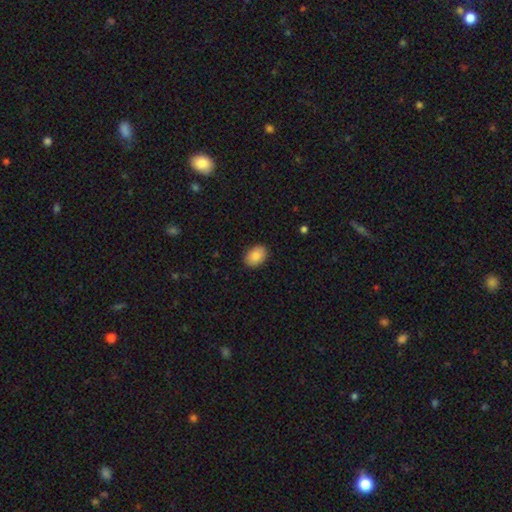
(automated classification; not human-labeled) The model was most divided on "how rounded": in between: 81%, round: 18%, cigar-shaped: 1%. More confident: merging — none (89%); smooth or featured — smooth (86%).